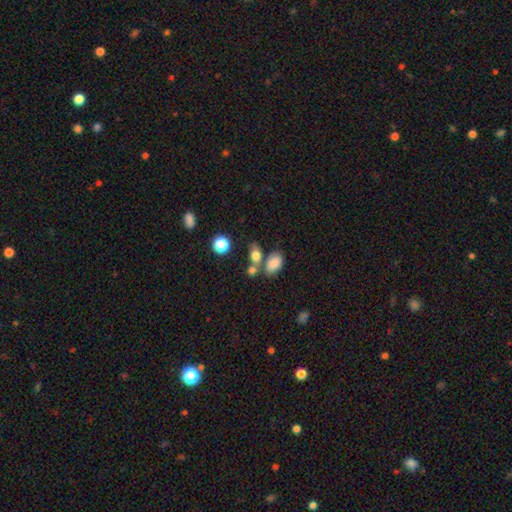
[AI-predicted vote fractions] Morphology: type=smooth (78%); roundness=in between (75%); merging=none (50%).